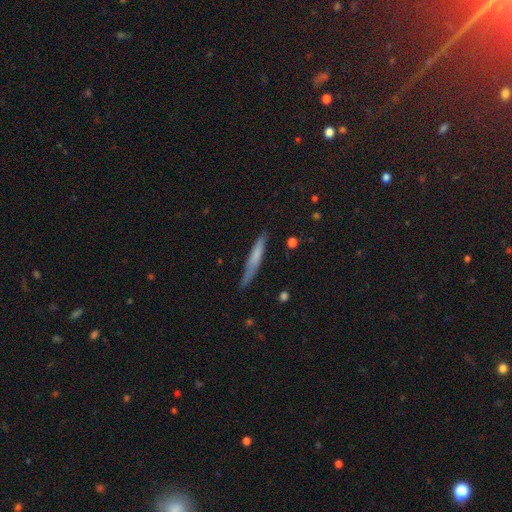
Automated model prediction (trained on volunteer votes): smooth_or_featured: smooth (p=0.62) [alt: featured or disk p=0.31]
how_rounded: cigar-shaped (p=0.94) [alt: in between p=0.04]
merging: none (p=0.78) [alt: minor disturbance p=0.17]